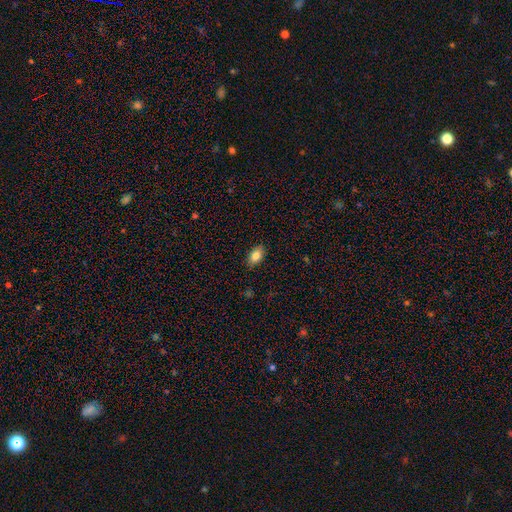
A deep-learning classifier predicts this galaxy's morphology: Q: Smooth or featured?
A: smooth (83%); runner-up: featured or disk (9%)
Q: How rounded?
A: in between (90%); runner-up: round (8%)
Q: Merging?
A: none (87%); runner-up: minor disturbance (10%)